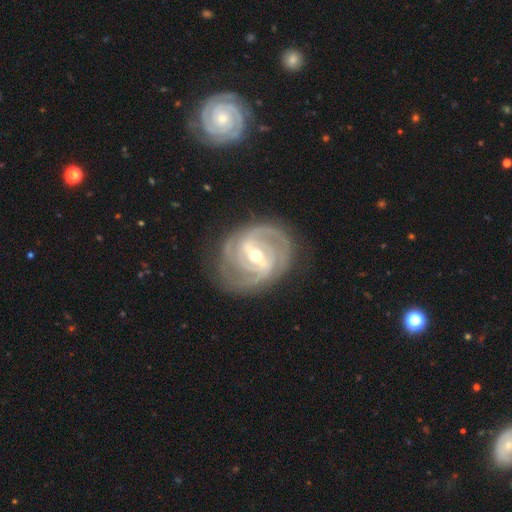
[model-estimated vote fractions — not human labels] Overall: featured or disk (91%). Edge-on disk: no (97%). Bar: strong (50%; weak 39%). Spiral arms: yes (97%). Spiral arm count: 2 (35%; 3 34%). Spiral winding: tight (61%; medium 33%). Bulge size: moderate (55%; small 41%). Merging: none (78%).